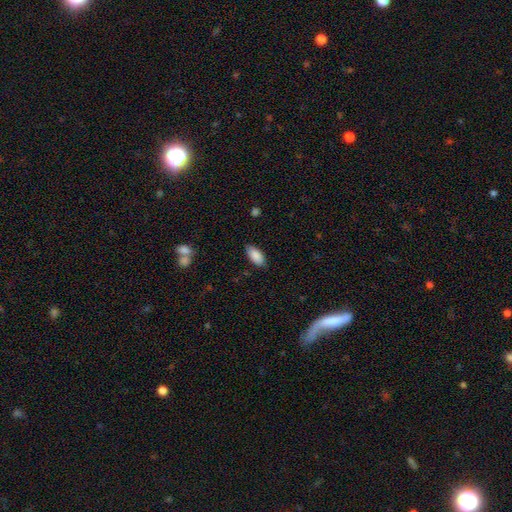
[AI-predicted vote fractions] Smooth or featured: smooth — 89% (star or artifact — 6%)
How rounded: in between — 91% (cigar-shaped — 7%)
Merging: none — 84% (minor disturbance — 12%)